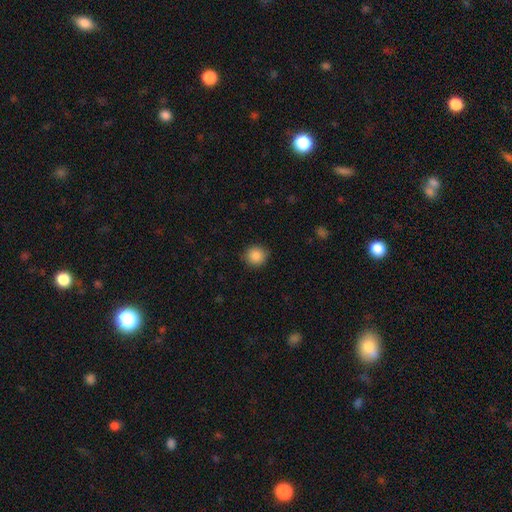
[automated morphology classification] Smooth or featured?
  - smooth: 88% *
  - star or artifact: 9%
  - featured or disk: 3%
How rounded?
  - round: 91% *
  - in between: 8%
  - cigar-shaped: 1%
Merging?
  - none: 89% *
  - minor disturbance: 7%
  - major disturbance: 2%
  - merger: 1%